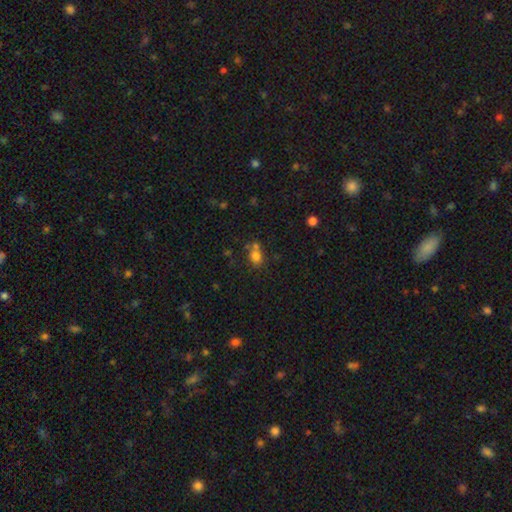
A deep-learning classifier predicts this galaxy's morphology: Overall: smooth (76%). How rounded: in between (52%; round 47%). Merging: none (48%; merger 31%).